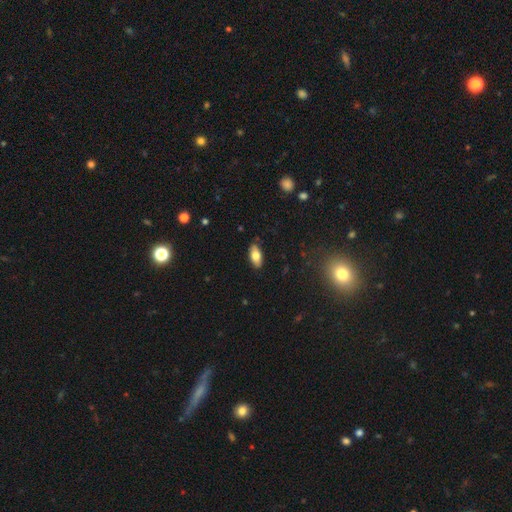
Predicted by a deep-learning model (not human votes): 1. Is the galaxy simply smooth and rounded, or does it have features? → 76% smooth, 18% featured or disk, 7% star or artifact.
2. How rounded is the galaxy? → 87% in between, 10% cigar-shaped, 3% round.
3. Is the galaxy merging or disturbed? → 87% none, 10% minor disturbance, 2% major disturbance, 1% merger.